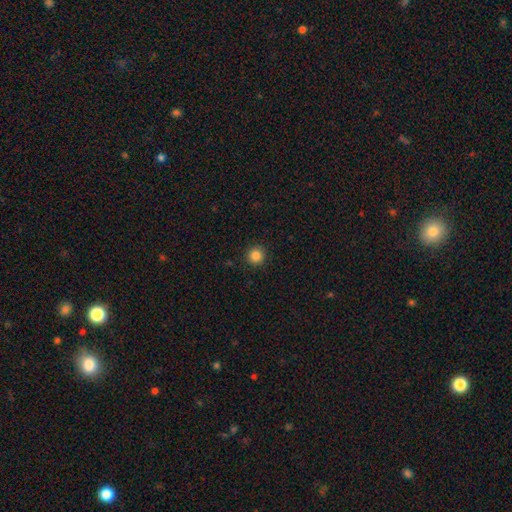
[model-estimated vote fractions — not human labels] This is clearly a smooth galaxy (85%). How rounded: clearly round (95%). Merging: clearly none (92%).